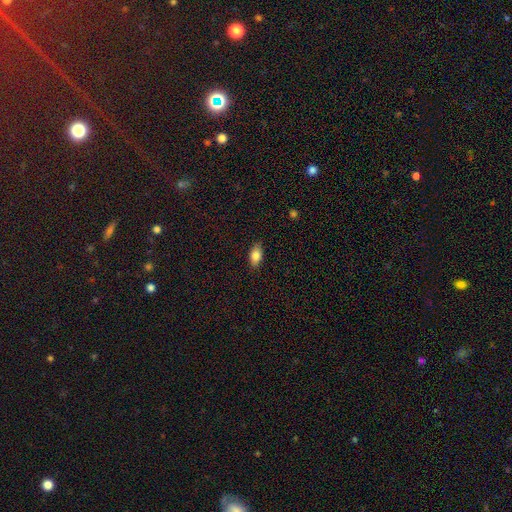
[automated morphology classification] Smooth or featured? smooth (83%)
How rounded? in between (89%)
Merging? none (86%)